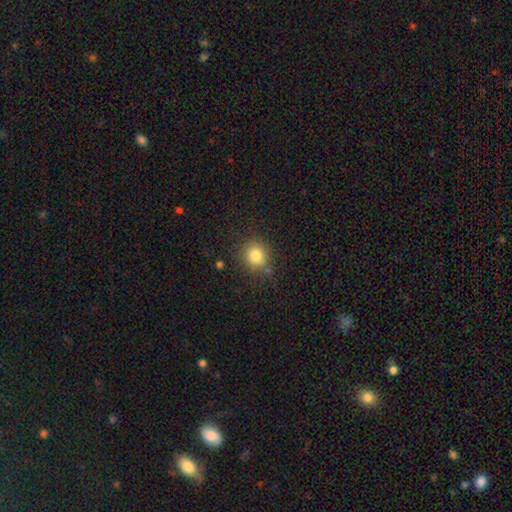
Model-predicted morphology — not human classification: Q: Smooth or featured?
A: smooth (82%); runner-up: star or artifact (11%)
Q: How rounded?
A: round (84%); runner-up: in between (15%)
Q: Merging?
A: none (81%); runner-up: minor disturbance (12%)